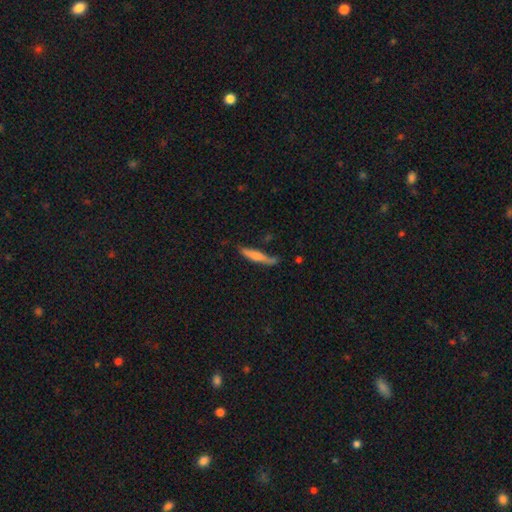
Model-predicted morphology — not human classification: The model was most divided on "smooth or featured": featured or disk: 48%, smooth: 45%, star or artifact: 7%. More confident: merging — none (70%).